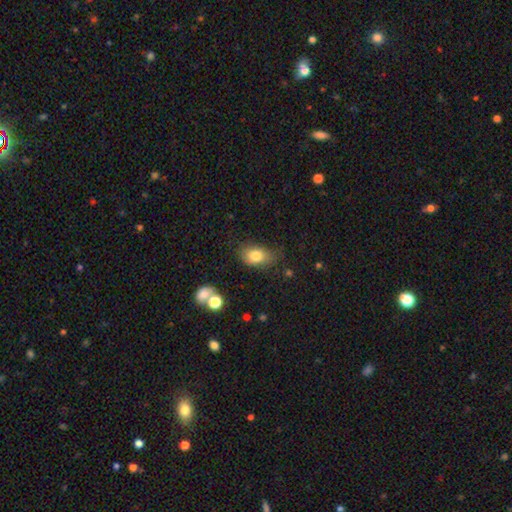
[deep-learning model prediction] This is likely a smooth galaxy (79%). How rounded: clearly in between (85%). Merging: likely none (66%).